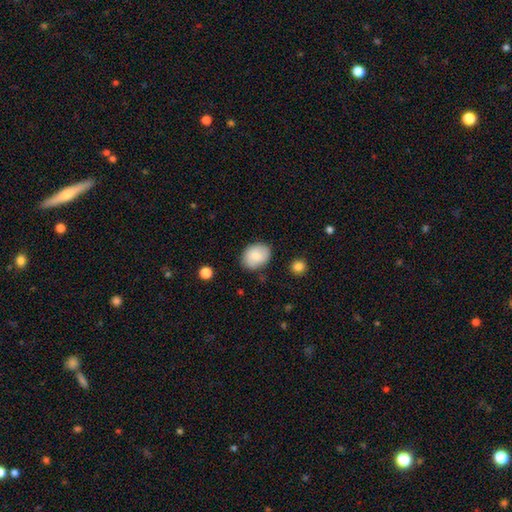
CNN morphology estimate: Smooth or featured?
  - smooth: 82% *
  - featured or disk: 11%
  - star or artifact: 7%
How rounded?
  - in between: 64% *
  - round: 35%
  - cigar-shaped: 1%
Merging?
  - none: 80% *
  - minor disturbance: 15%
  - major disturbance: 3%
  - merger: 2%